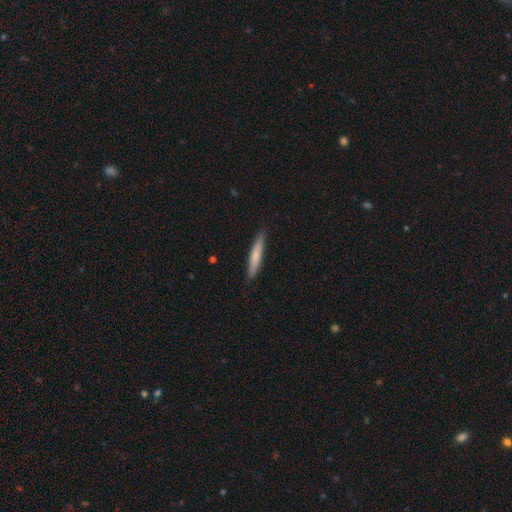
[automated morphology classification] This is likely a smooth galaxy (70%). How rounded: clearly cigar-shaped (93%). Merging: clearly none (89%).